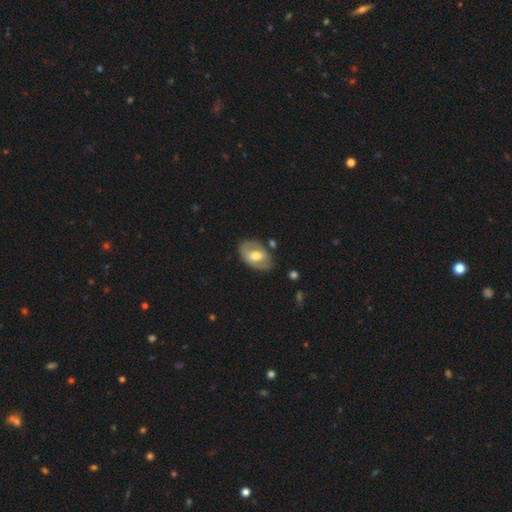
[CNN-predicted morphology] This is possibly a featured or disk galaxy (48%). Merging: likely none (70%).